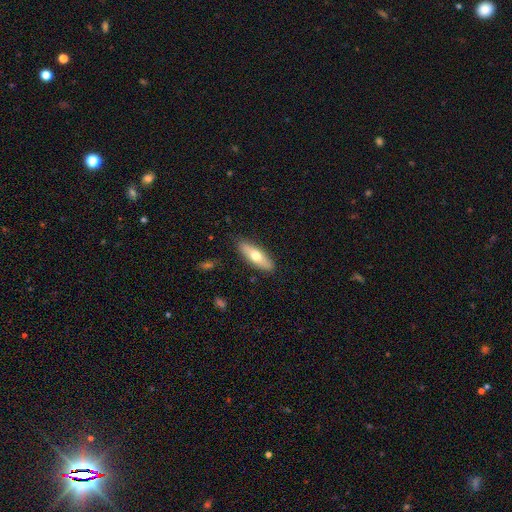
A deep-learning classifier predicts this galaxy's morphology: type=smooth (62%); roundness=in between (52%); merging=none (86%).